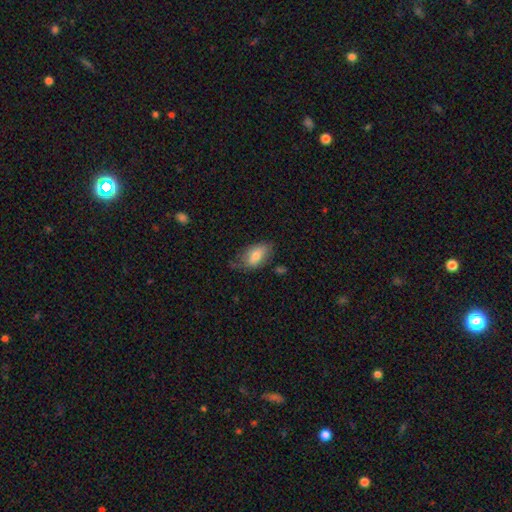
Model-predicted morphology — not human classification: smooth-or-featured: smooth: 73% | featured or disk: 20% | star or artifact: 7%
  how-rounded: in between: 91% | round: 5% | cigar-shaped: 4%
  merging: none: 59% | minor disturbance: 30% | major disturbance: 8% | merger: 3%